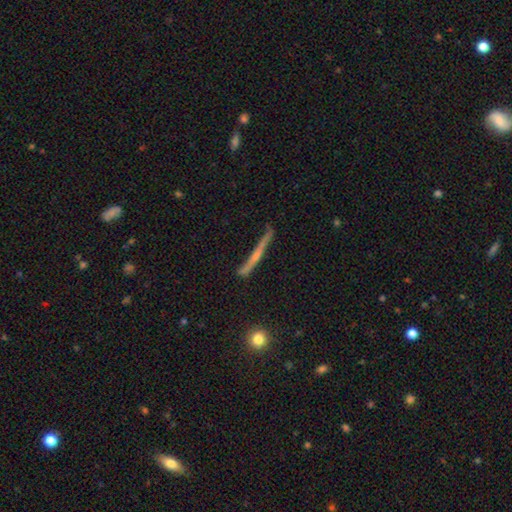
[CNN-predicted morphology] Smooth or featured? Predicted: featured or disk (p=0.63). Edge-on disk? Predicted: yes (p=0.96). Edge-on bulge? Predicted: none (p=0.51). Merging? Predicted: none (p=0.79).